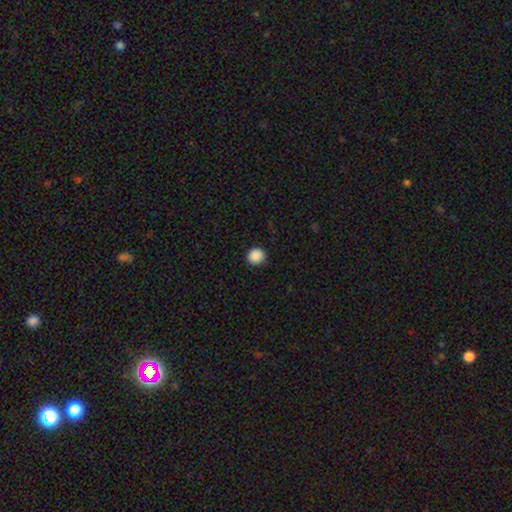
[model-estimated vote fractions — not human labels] This is clearly a smooth galaxy (89%). How rounded: clearly round (92%). Merging: clearly none (90%).